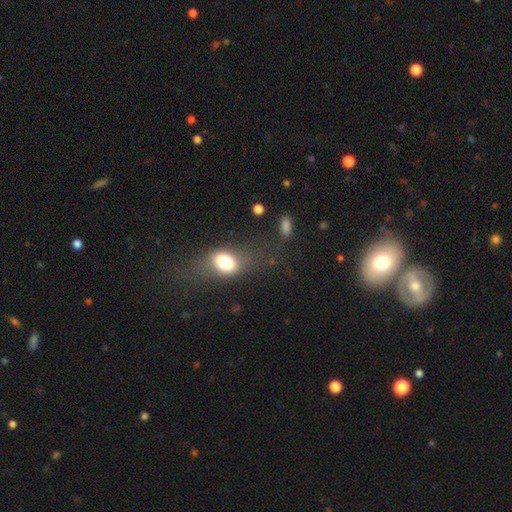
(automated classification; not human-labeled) A smooth galaxy with no disk features (48%).

Vote fractions:
- Smooth or featured? smooth: 48% / featured or disk: 30% / star or artifact: 22%
- Merging? none: 58% / minor disturbance: 18% / major disturbance: 17% / merger: 7%